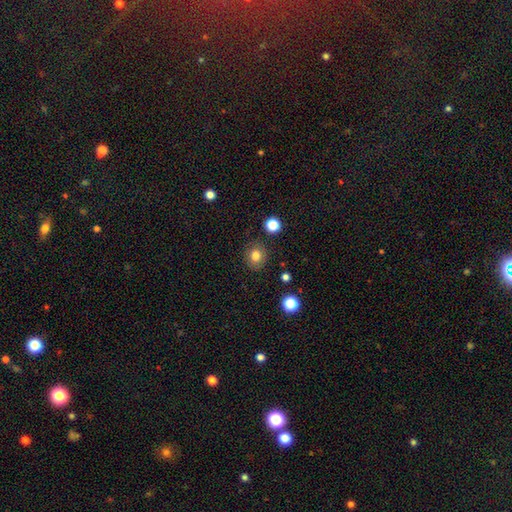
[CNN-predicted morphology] A smooth galaxy with no disk features (79%) that is round (70%).

Vote fractions:
- Smooth or featured? smooth: 79% / star or artifact: 11% / featured or disk: 10%
- How rounded? round: 70% / in between: 30% / cigar-shaped: 1%
- Merging? none: 85% / minor disturbance: 10% / major disturbance: 3% / merger: 2%